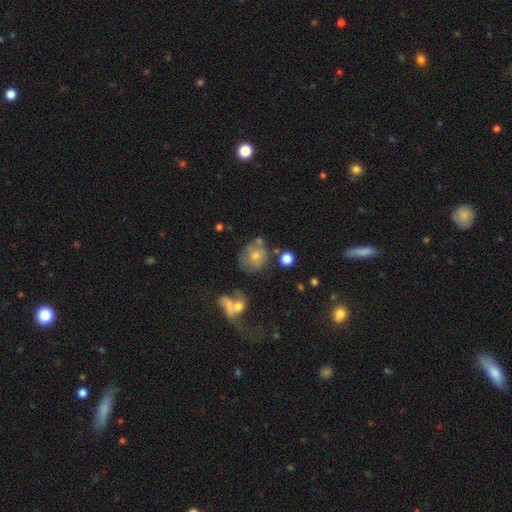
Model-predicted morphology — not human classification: Overall: smooth (42%; featured or disk 41%). Merging: none (52%; merger 17%).